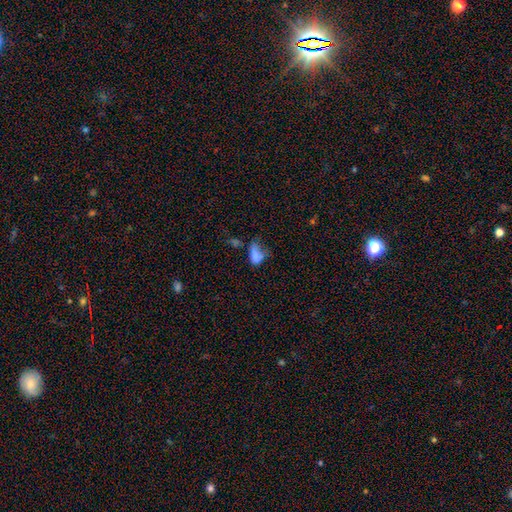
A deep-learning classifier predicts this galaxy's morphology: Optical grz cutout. It shows a smooth galaxy with no disk features (68%) that is in between round and cigar-shaped (84%). Merging: major disturbance (37%).